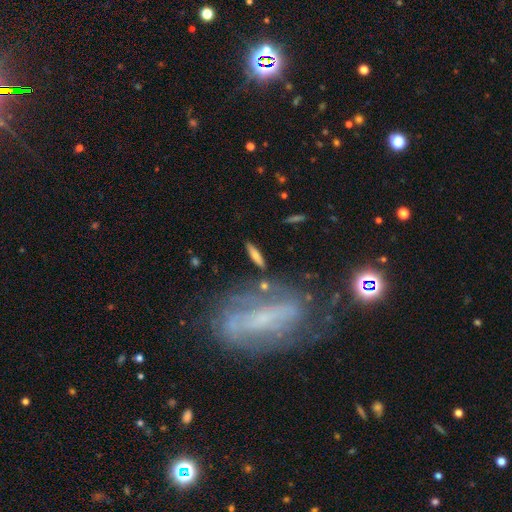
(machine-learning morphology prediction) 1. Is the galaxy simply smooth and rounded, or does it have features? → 65% smooth, 28% featured or disk, 7% star or artifact.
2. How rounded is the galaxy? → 71% cigar-shaped, 26% in between, 3% round.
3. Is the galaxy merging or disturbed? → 80% none, 11% minor disturbance, 5% merger, 4% major disturbance.